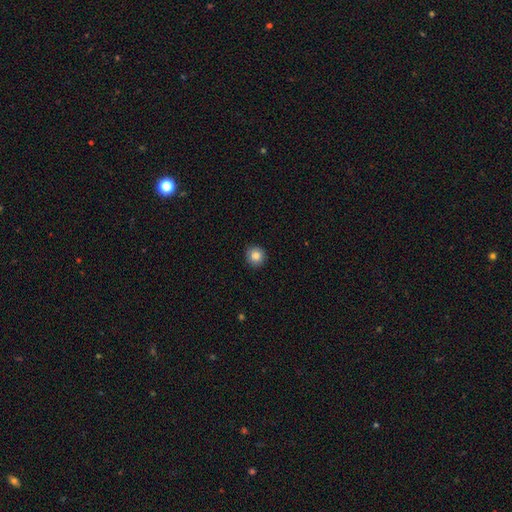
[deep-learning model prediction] Smooth or featured: smooth — 85% (star or artifact — 9%)
How rounded: round — 94% (in between — 5%)
Merging: none — 91% (minor disturbance — 6%)